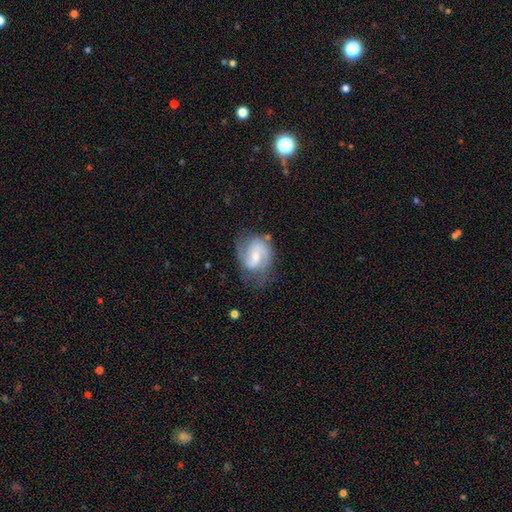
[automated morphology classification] smooth-or-featured: featured or disk: 76% | smooth: 18% | star or artifact: 6%
  disk-edge-on: no: 97% | yes: 3%
    bar: weak: 53% | no: 30% | strong: 17%
    has-spiral-arms: yes: 93% | no: 7%
      spiral-winding: medium: 49% | loose: 28% | tight: 23%
      spiral-arm-count: 2: 80% | can't tell: 9% | 1: 4% | 3: 4% | 4: 1% | more than 4: 1%
    bulge-size: small: 50% | moderate: 44% | none: 3% | large: 3% | dominant: 1%
  merging: none: 58% | minor disturbance: 26% | major disturbance: 13% | merger: 3%